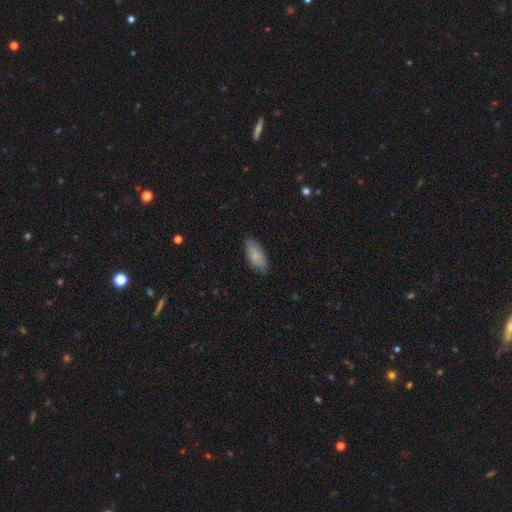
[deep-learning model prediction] The model was most divided on "merging": none: 77%, minor disturbance: 19%, major disturbance: 3%, merger: 1%. More confident: how rounded — in between (84%); smooth or featured — smooth (82%).